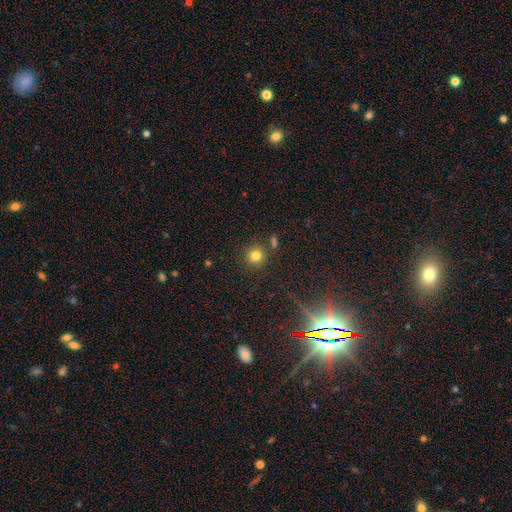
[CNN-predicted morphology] Q: Smooth or featured?
A: smooth (79%); runner-up: star or artifact (15%)
Q: How rounded?
A: round (93%); runner-up: in between (6%)
Q: Merging?
A: none (82%); runner-up: minor disturbance (8%)